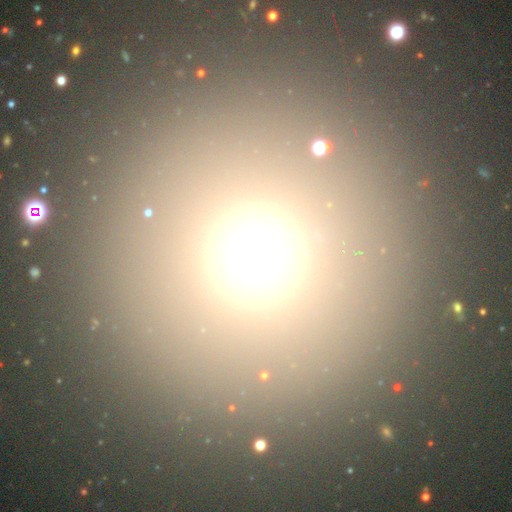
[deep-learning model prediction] Morphology: type=smooth (63%); roundness=round (84%); merging=none (84%).